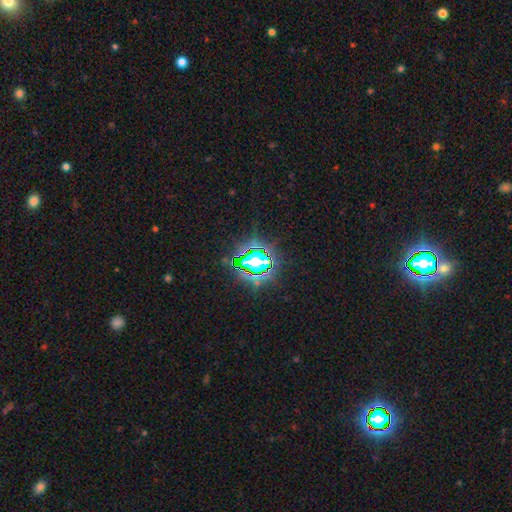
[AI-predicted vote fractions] A star or artifact, not a galaxy (80%).